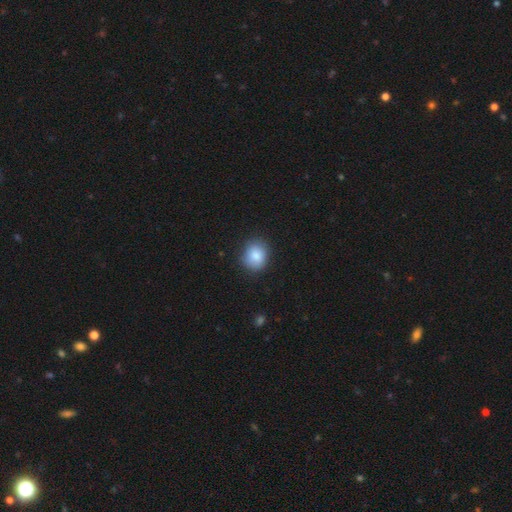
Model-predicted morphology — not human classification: smooth_or_featured: smooth (p=0.87) [alt: star or artifact p=0.08]
how_rounded: round (p=0.64) [alt: in between p=0.35]
merging: none (p=0.84) [alt: minor disturbance p=0.13]